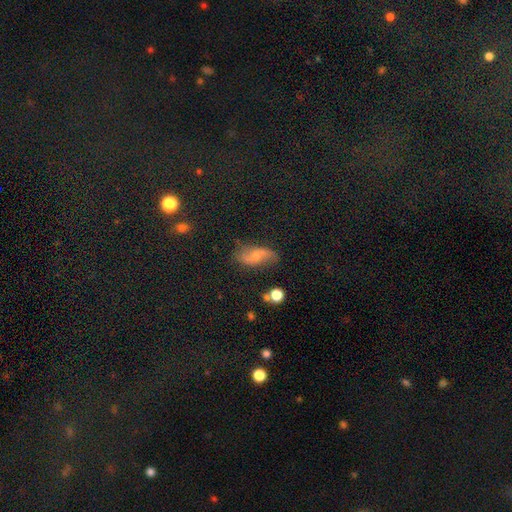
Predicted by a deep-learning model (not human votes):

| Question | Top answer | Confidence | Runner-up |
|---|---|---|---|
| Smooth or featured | featured or disk | 58% | smooth (31%) |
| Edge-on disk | no | 94% | yes (6%) |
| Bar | no | 60% | weak (32%) |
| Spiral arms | yes | 88% | no (12%) |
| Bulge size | small | 53% | moderate (35%) |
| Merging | none | 66% | minor disturbance (22%) |